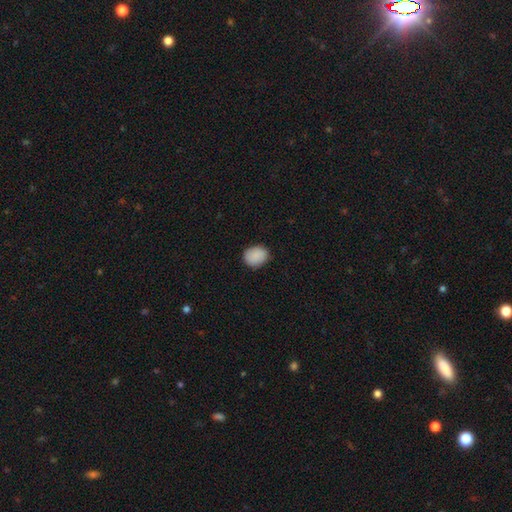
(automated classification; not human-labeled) Morphology: type=smooth (89%); roundness=round (54%); merging=none (85%).